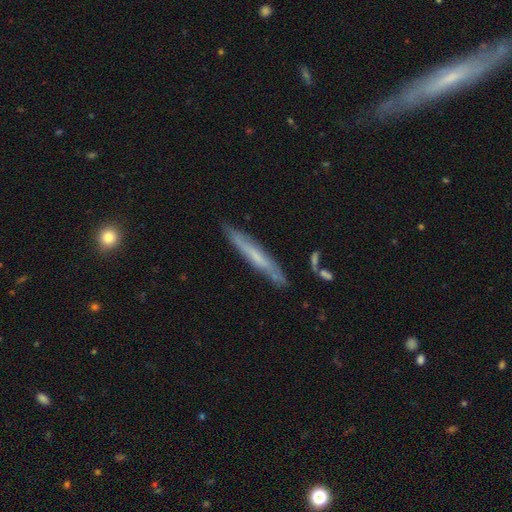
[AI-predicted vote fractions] Morphology: type=featured or disk (50%); merging=none (81%).